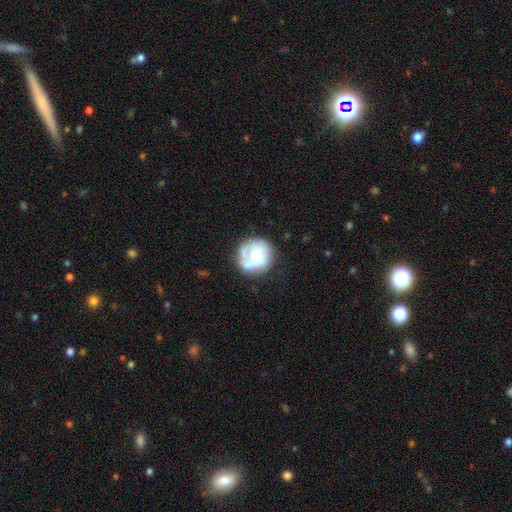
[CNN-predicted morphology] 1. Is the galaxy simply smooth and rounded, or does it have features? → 48% smooth, 44% featured or disk, 7% star or artifact.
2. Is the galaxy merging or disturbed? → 58% none, 23% minor disturbance, 12% major disturbance, 7% merger.